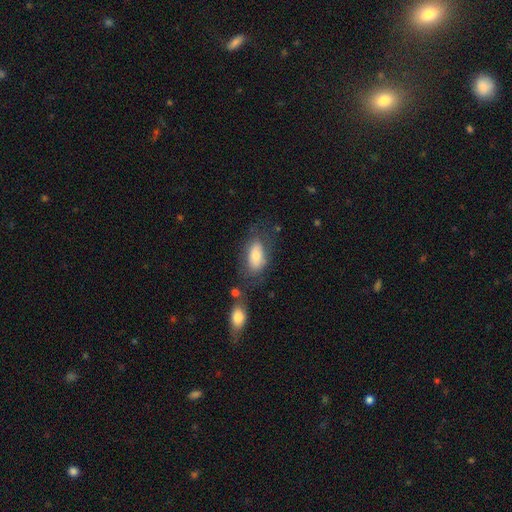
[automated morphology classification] Q: Smooth or featured?
A: smooth (72%); runner-up: featured or disk (21%)
Q: How rounded?
A: in between (90%); runner-up: cigar-shaped (5%)
Q: Merging?
A: none (58%); runner-up: minor disturbance (21%)